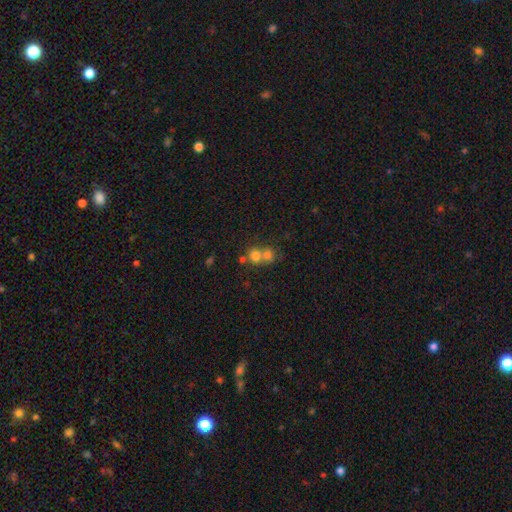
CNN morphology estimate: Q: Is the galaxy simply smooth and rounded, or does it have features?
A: smooth — 73%.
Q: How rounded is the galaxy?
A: round — 77%.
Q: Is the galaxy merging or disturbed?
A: merger — 62%.